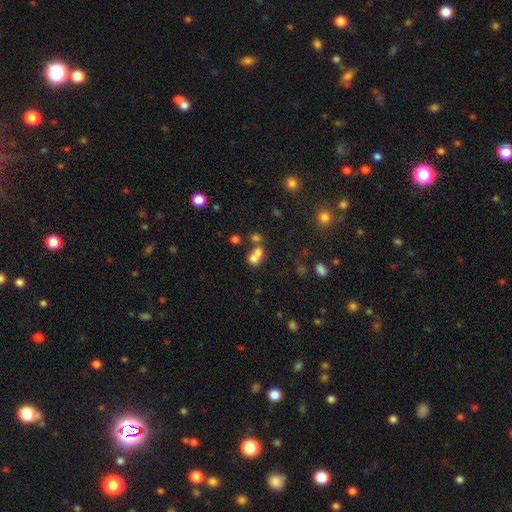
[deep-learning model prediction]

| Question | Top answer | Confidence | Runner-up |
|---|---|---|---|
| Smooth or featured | smooth | 65% | featured or disk (19%) |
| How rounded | round | 58% | in between (41%) |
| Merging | merger | 62% | none (26%) |